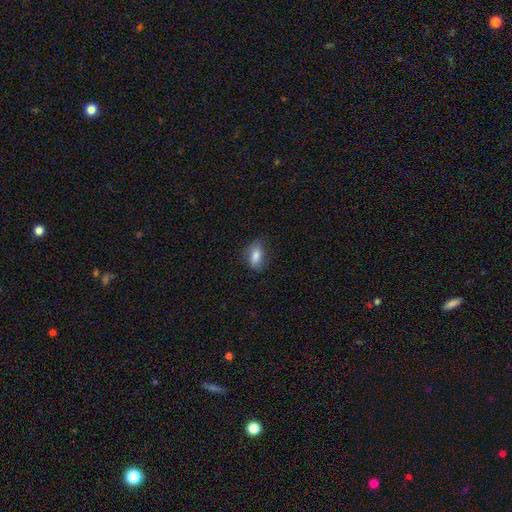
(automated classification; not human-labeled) smooth-or-featured: smooth: 82% | featured or disk: 10% | star or artifact: 8%
  how-rounded: in between: 86% | round: 9% | cigar-shaped: 5%
  merging: none: 71% | minor disturbance: 22% | major disturbance: 6% | merger: 1%